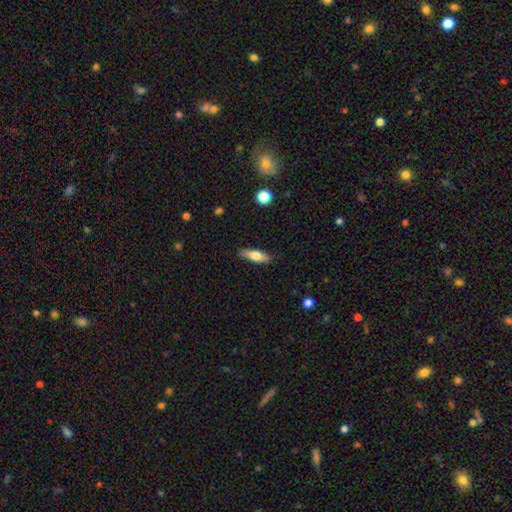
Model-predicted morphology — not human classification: Smooth or featured?
  - smooth: 62% *
  - featured or disk: 31%
  - star or artifact: 6%
How rounded?
  - cigar-shaped: 51% *
  - in between: 46%
  - round: 3%
Merging?
  - none: 85% *
  - minor disturbance: 12%
  - major disturbance: 2%
  - merger: 1%